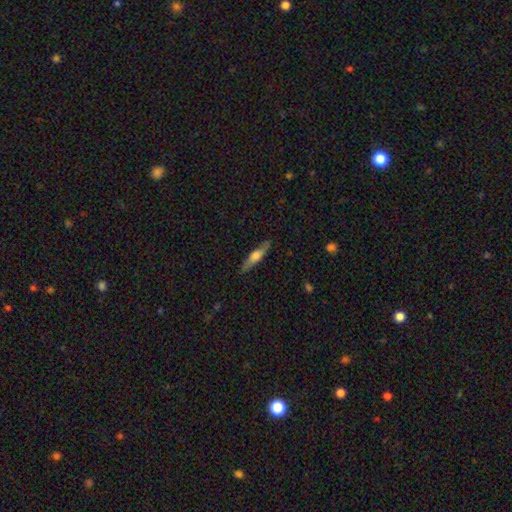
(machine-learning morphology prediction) Smooth or featured? smooth (47%, tied with featured or disk)
Merging? none (85%)